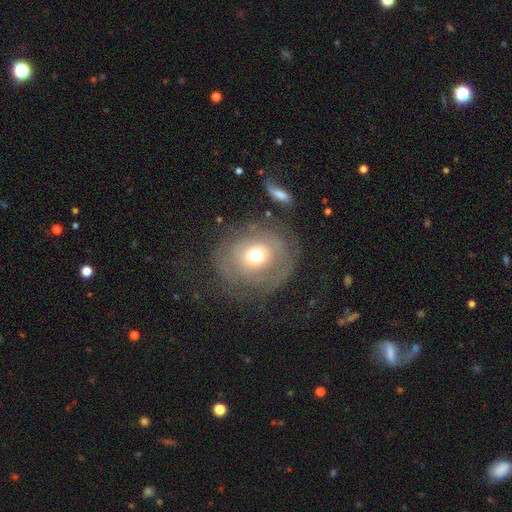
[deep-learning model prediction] Overall: smooth (45%, tied with featured or disk). Merging: none (61%).